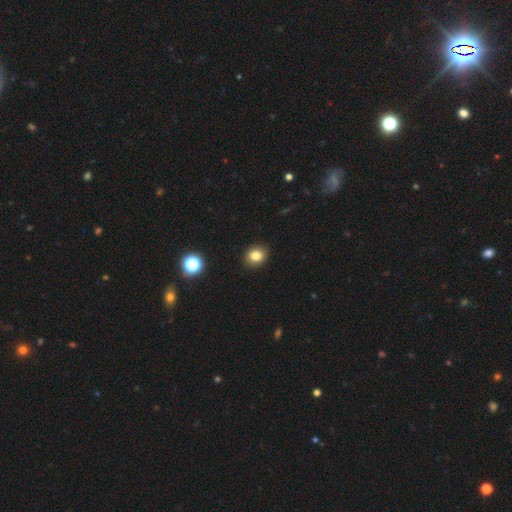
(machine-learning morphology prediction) Smooth or featured? smooth (82%)
How rounded? round (58%)
Merging? none (89%)